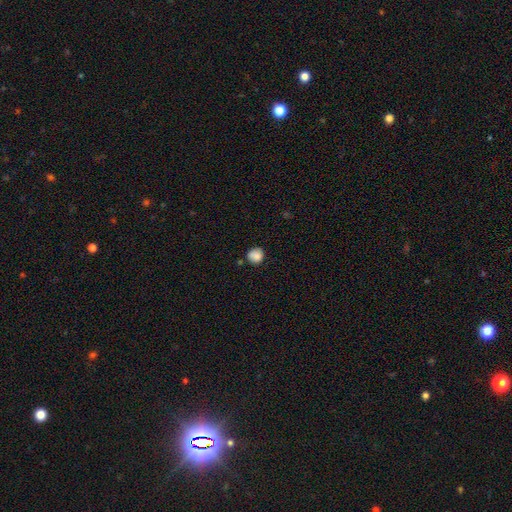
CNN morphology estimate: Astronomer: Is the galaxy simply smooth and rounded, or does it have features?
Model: smooth — 85%.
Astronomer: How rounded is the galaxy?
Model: round — 87%.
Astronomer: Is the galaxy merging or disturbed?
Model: none — 74%.